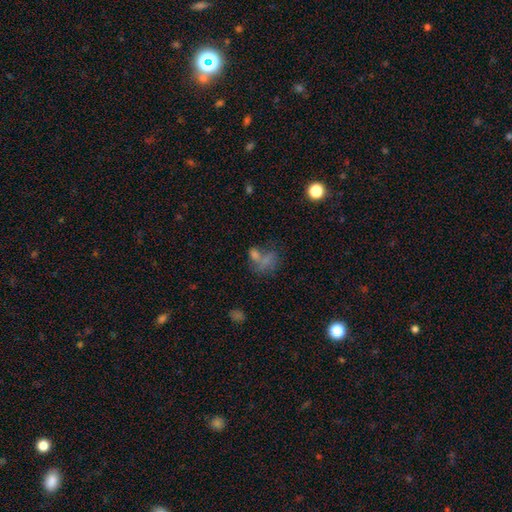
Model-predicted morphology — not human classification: Smooth or featured? smooth (58%)
How rounded? in between (61%)
Merging? merger (38%)